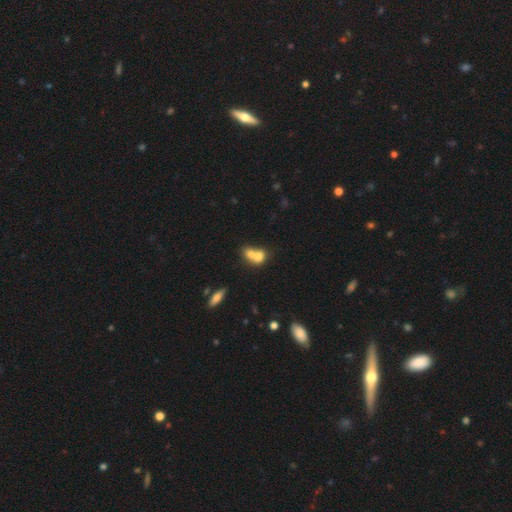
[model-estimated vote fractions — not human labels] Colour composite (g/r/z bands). It shows a smooth galaxy with no disk features (70%) that is in between round and cigar-shaped (54%). Merging: merger (73%).